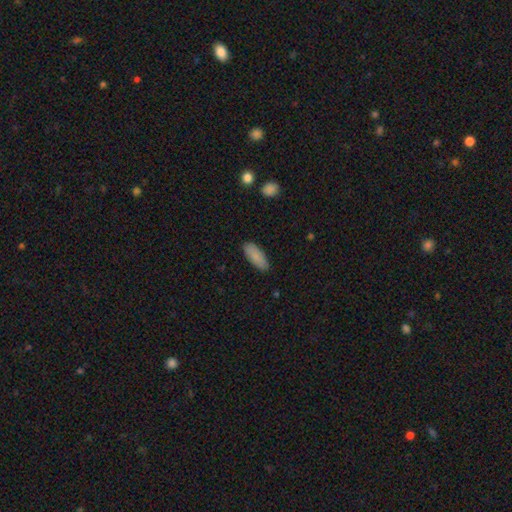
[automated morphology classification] Q: Smooth or featured?
A: smooth (87%); runner-up: featured or disk (7%)
Q: How rounded?
A: in between (75%); runner-up: cigar-shaped (23%)
Q: Merging?
A: none (87%); runner-up: minor disturbance (10%)